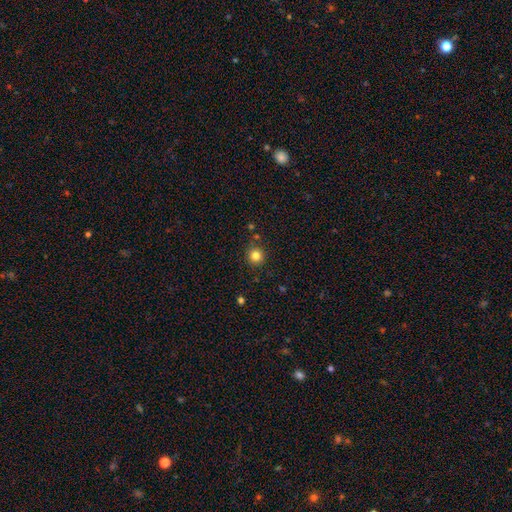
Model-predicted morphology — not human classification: Overall: smooth (82%). How rounded: round (94%). Merging: none (87%).